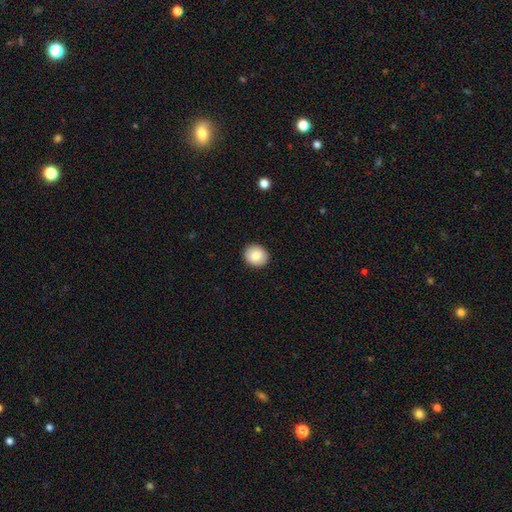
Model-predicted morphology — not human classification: smooth-or-featured: smooth: 84% | featured or disk: 8% | star or artifact: 8%
  how-rounded: round: 70% | in between: 29% | cigar-shaped: 1%
  merging: none: 91% | minor disturbance: 6% | major disturbance: 2% | merger: 1%